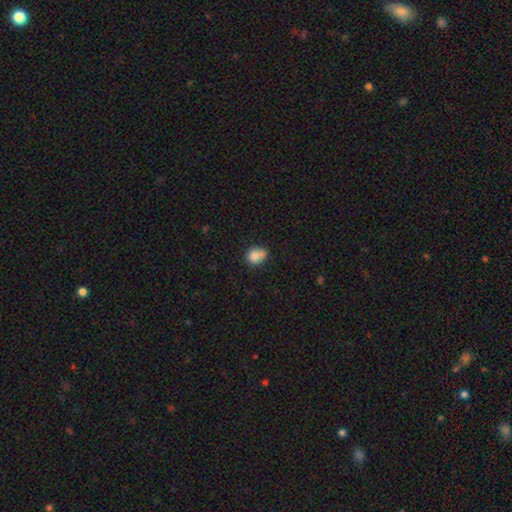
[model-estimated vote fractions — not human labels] This is clearly a smooth galaxy (82%). How rounded: possibly round (51%). Merging: possibly none (47%).